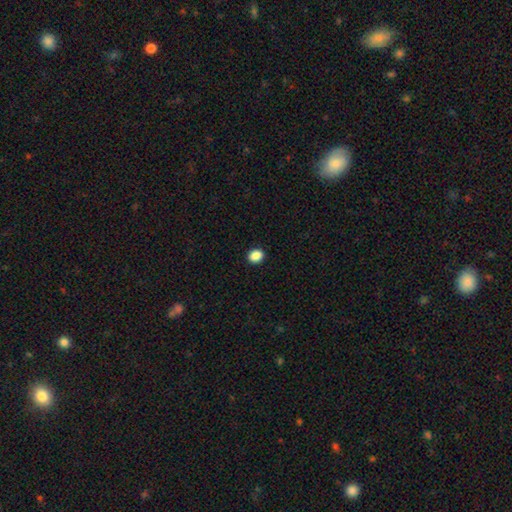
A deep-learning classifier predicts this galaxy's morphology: smooth_or_featured: smooth (p=0.88) [alt: star or artifact p=0.09]
how_rounded: round (p=0.54) [alt: in between p=0.45]
merging: none (p=0.92) [alt: minor disturbance p=0.06]